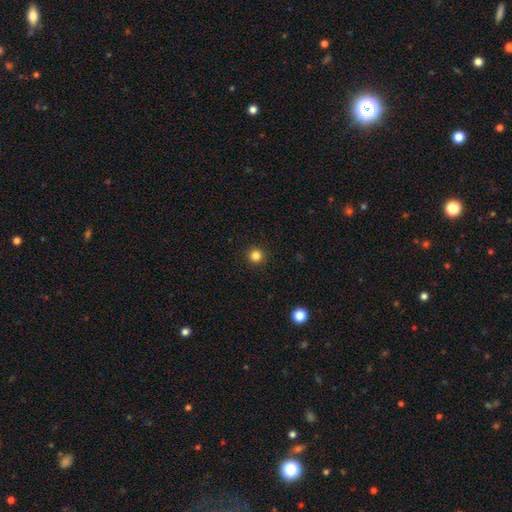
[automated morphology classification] smooth 84%, star or artifact 12%, featured or disk 4%. Down the decision tree: how rounded — round (96%); merging — none (93%).